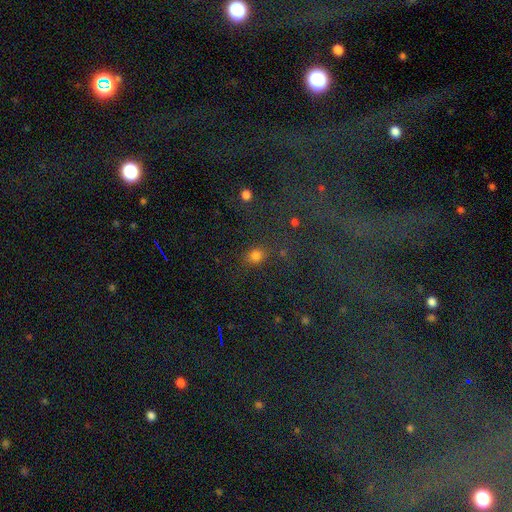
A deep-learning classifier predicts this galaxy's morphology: Smooth or featured: smooth — 75% (star or artifact — 18%)
How rounded: round — 69% (in between — 29%)
Merging: none — 74% (minor disturbance — 13%)